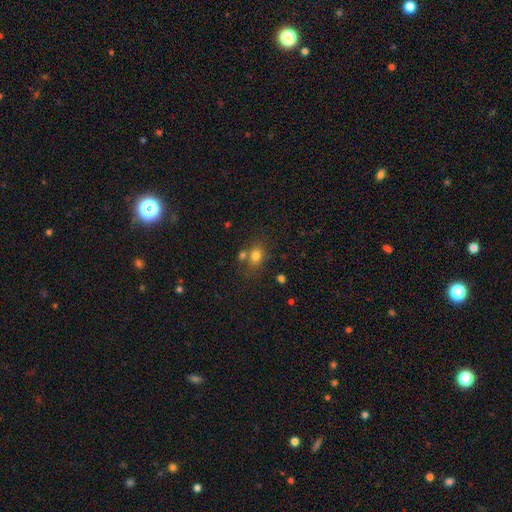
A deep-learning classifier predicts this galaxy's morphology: Overall: smooth (77%). How rounded: in between (55%; round 43%). Merging: none (59%; merger 23%).